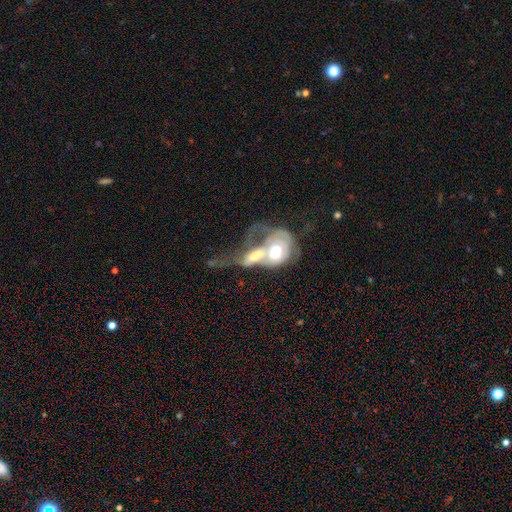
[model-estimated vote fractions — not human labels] This is possibly a featured or disk galaxy (55%). It is clearly not viewed edge-on (92%). Bar: likely no (75%). Spiral arm pattern: possibly no (59%). Central bulge: possibly moderate (60%). Merging: likely merger (76%).